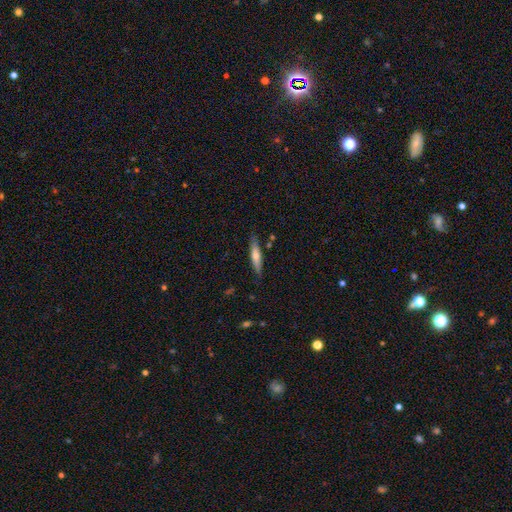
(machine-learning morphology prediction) Smooth or featured? smooth (54%)
How rounded? cigar-shaped (82%)
Merging? none (83%)